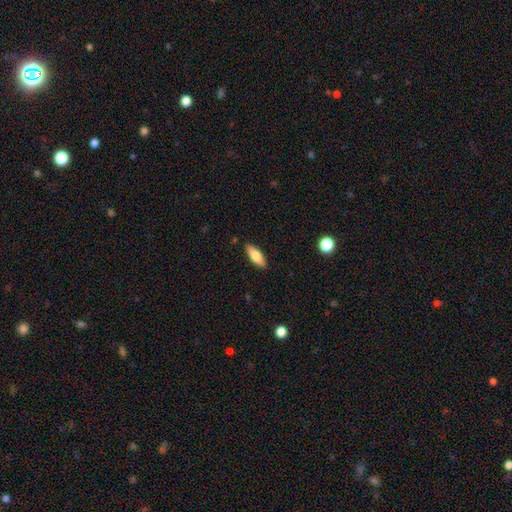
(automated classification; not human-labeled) A smooth galaxy with no disk features (73%) that is in between round and cigar-shaped (63%).

Vote fractions:
- Smooth or featured? smooth: 73% / featured or disk: 20% / star or artifact: 6%
- How rounded? in between: 63% / cigar-shaped: 34% / round: 2%
- Merging? none: 88% / minor disturbance: 9% / major disturbance: 2% / merger: 1%